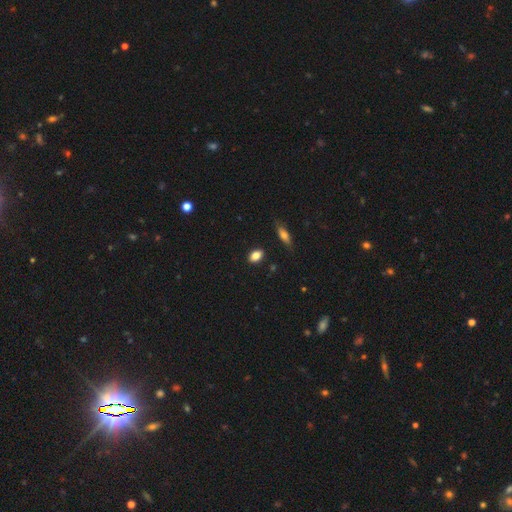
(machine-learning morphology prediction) Smooth or featured?
  - smooth: 84% *
  - star or artifact: 9%
  - featured or disk: 7%
How rounded?
  - in between: 83% *
  - round: 14%
  - cigar-shaped: 3%
Merging?
  - none: 87% *
  - minor disturbance: 9%
  - major disturbance: 2%
  - merger: 2%